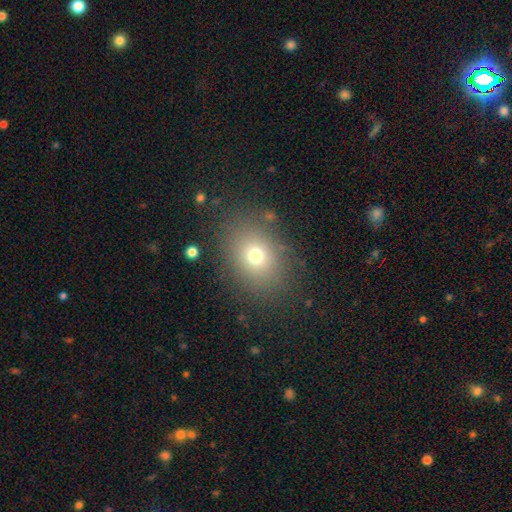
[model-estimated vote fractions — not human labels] smooth_or_featured: smooth (p=0.71) [alt: star or artifact p=0.16]
how_rounded: in between (p=0.57) [alt: round p=0.42]
merging: none (p=0.83) [alt: minor disturbance p=0.10]